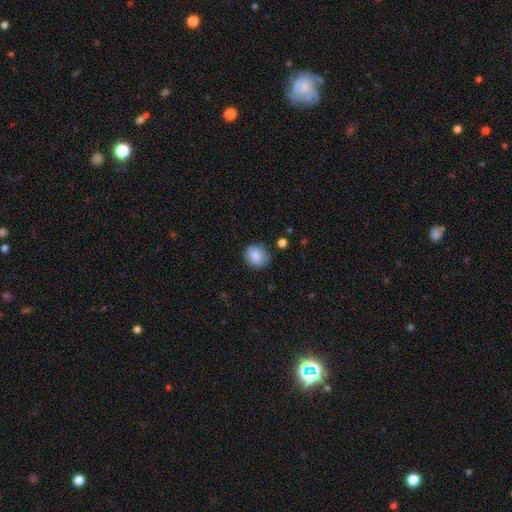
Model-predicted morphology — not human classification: This is clearly a smooth galaxy (84%). How rounded: likely round (69%). Merging: likely none (77%).